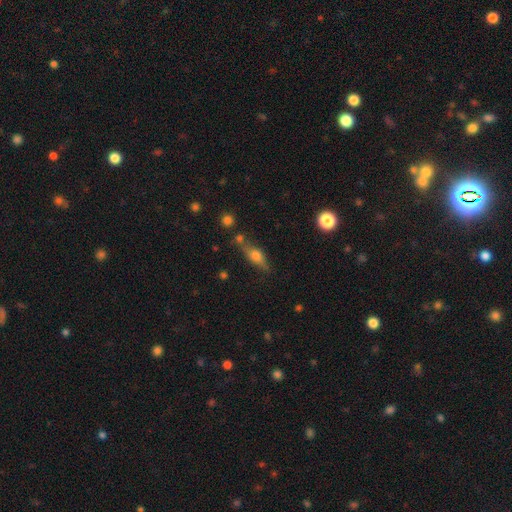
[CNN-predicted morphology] Smooth or featured?
  - smooth: 49% *
  - featured or disk: 41%
  - star or artifact: 10%
Merging?
  - none: 67% *
  - minor disturbance: 18%
  - merger: 10%
  - major disturbance: 6%